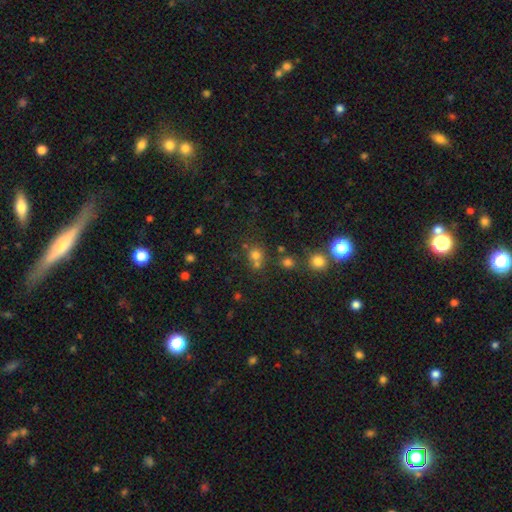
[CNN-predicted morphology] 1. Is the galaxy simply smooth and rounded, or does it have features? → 68% smooth, 22% star or artifact, 10% featured or disk.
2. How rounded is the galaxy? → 85% round, 14% in between, 1% cigar-shaped.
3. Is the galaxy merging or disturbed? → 56% none, 31% merger, 9% minor disturbance, 4% major disturbance.